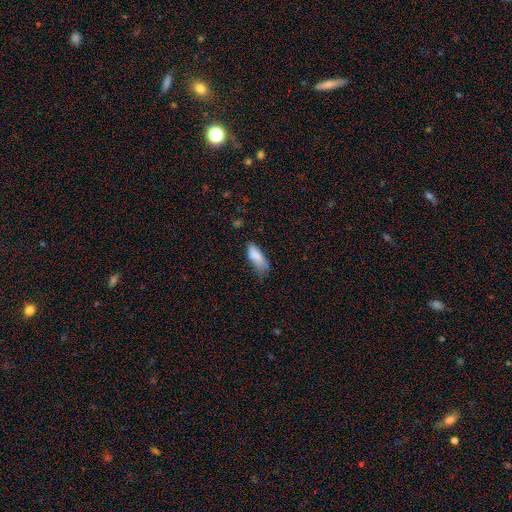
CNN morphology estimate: A smooth galaxy with no disk features (81%) that is in between round and cigar-shaped (74%).

Vote fractions:
- Smooth or featured? smooth: 81% / featured or disk: 11% / star or artifact: 8%
- How rounded? in between: 74% / cigar-shaped: 24% / round: 2%
- Merging? minor disturbance: 40% / none: 36% / major disturbance: 20% / merger: 4%